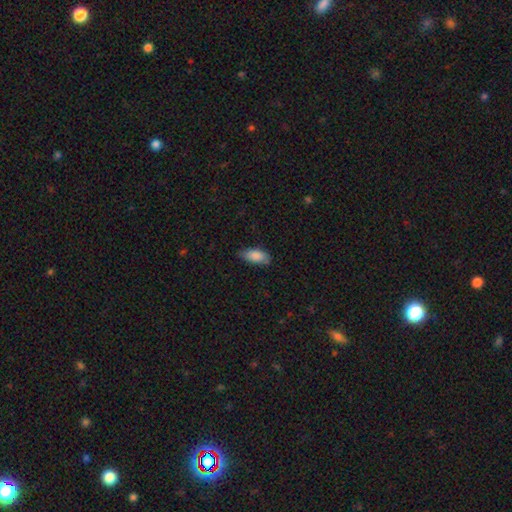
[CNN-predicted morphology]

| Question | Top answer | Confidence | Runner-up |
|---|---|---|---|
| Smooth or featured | smooth | 87% | featured or disk (7%) |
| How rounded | in between | 86% | cigar-shaped (12%) |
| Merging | none | 76% | minor disturbance (20%) |